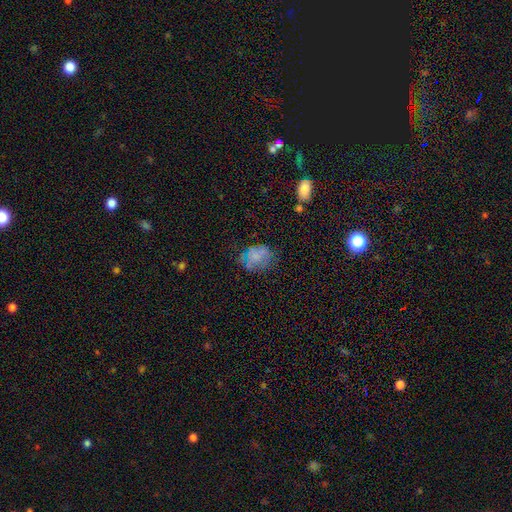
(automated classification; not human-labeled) Smooth or featured?
  - smooth: 58% *
  - featured or disk: 28%
  - star or artifact: 14%
How rounded?
  - in between: 59% *
  - round: 40%
  - cigar-shaped: 1%
Merging?
  - none: 54% *
  - minor disturbance: 26%
  - major disturbance: 16%
  - merger: 4%